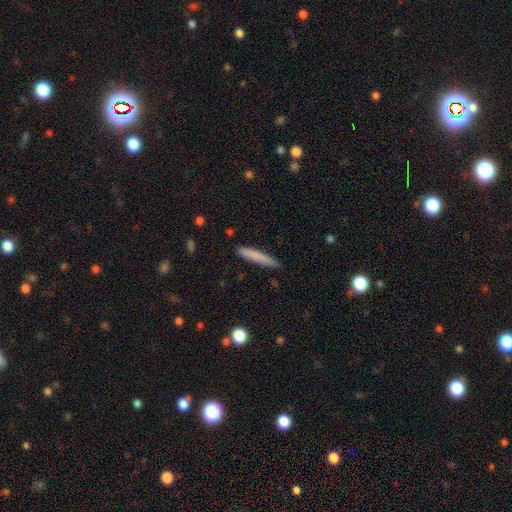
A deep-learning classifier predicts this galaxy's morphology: This is likely a smooth galaxy (78%). How rounded: clearly cigar-shaped (93%). Merging: clearly none (83%).